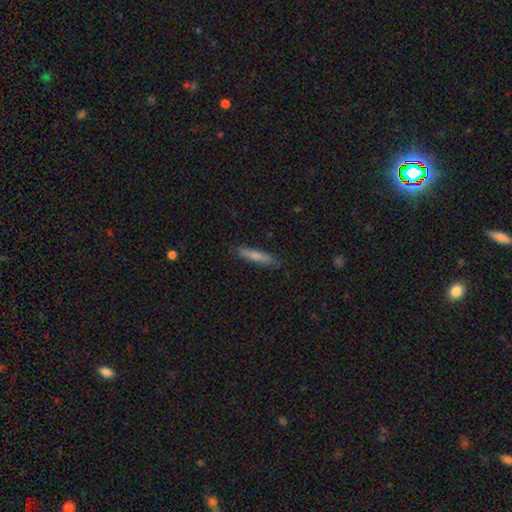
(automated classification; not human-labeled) A smooth galaxy with no disk features (72%) that is cigar-shaped (91%).

Vote fractions:
- Smooth or featured? smooth: 72% / featured or disk: 22% / star or artifact: 6%
- How rounded? cigar-shaped: 91% / in between: 8% / round: 1%
- Merging? none: 85% / minor disturbance: 11% / major disturbance: 2% / merger: 1%